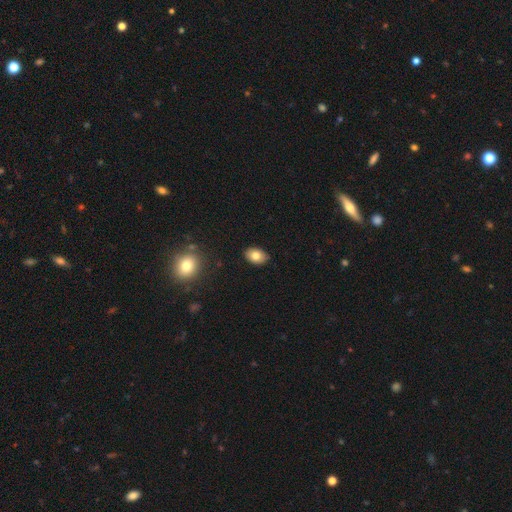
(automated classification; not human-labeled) Smooth or featured? smooth (79%)
How rounded? in between (85%)
Merging? none (87%)